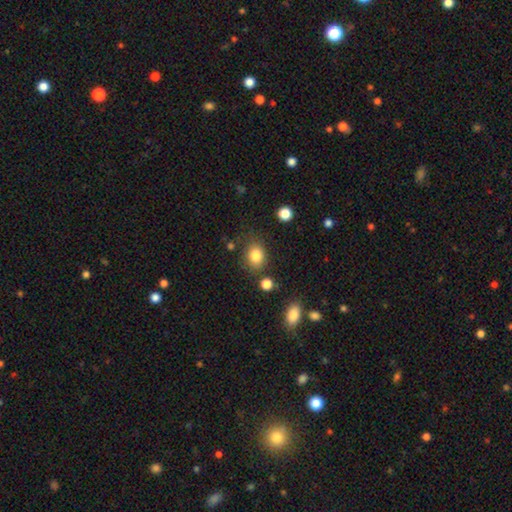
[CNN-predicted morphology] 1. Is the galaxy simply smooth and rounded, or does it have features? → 83% smooth, 10% star or artifact, 6% featured or disk.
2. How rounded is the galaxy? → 50% in between, 49% round, 1% cigar-shaped.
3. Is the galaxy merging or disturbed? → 77% none, 14% minor disturbance, 5% merger, 5% major disturbance.